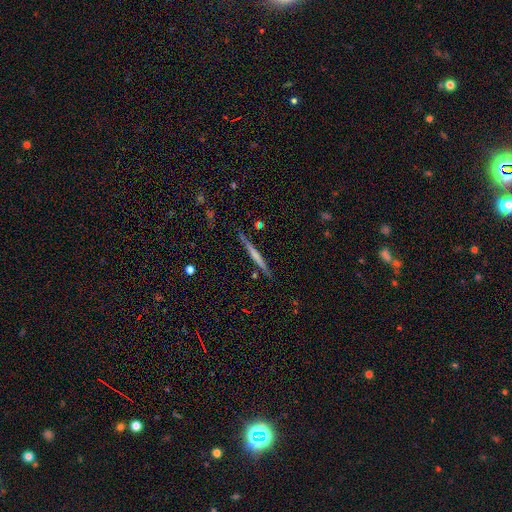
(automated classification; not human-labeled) This appears to be a featured or disk galaxy (52%) viewed edge-on (97%) with no central bulge (74%). Merging: none (86%).